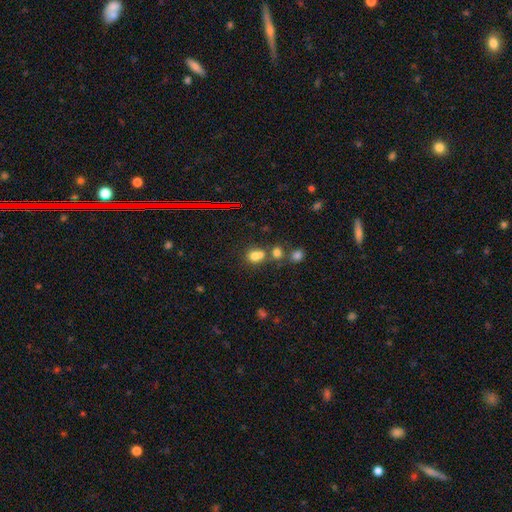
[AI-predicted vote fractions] Smooth or featured? Predicted: smooth (p=0.69). How rounded? Predicted: round (p=0.61). Merging? Predicted: merger (p=0.47).